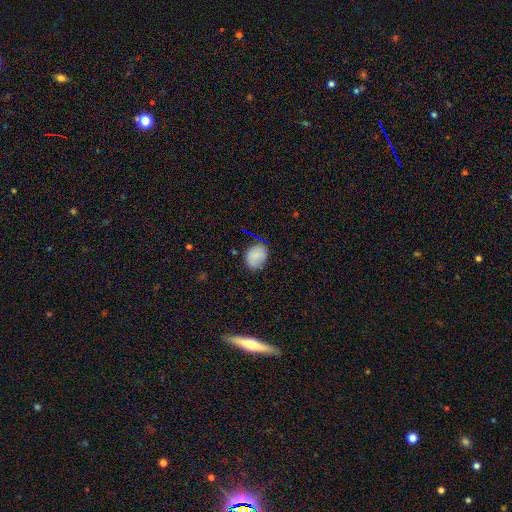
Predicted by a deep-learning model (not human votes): Q: Smooth or featured?
A: smooth (80%); runner-up: star or artifact (10%)
Q: How rounded?
A: in between (61%); runner-up: round (38%)
Q: Merging?
A: none (70%); runner-up: minor disturbance (22%)